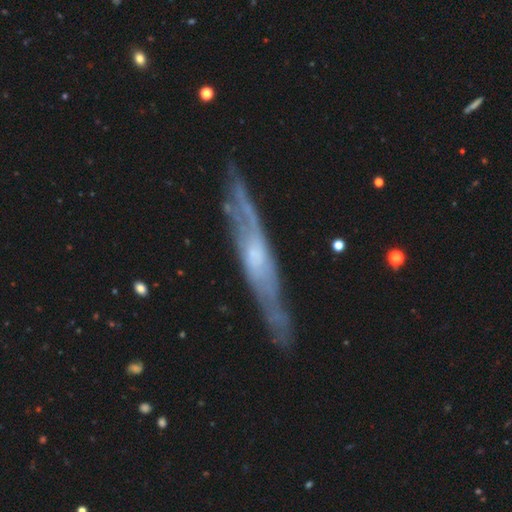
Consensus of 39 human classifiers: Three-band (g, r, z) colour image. It shows a featured or disk galaxy (74%) viewed edge-on (69%) with a rounded central bulge (45%). Merging: none (59%).